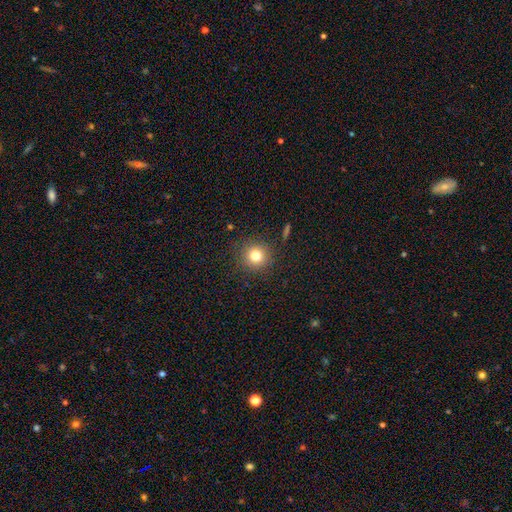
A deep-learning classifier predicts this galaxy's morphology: Q: Smooth or featured?
A: smooth (79%); runner-up: star or artifact (13%)
Q: How rounded?
A: round (92%); runner-up: in between (7%)
Q: Merging?
A: none (89%); runner-up: minor disturbance (7%)